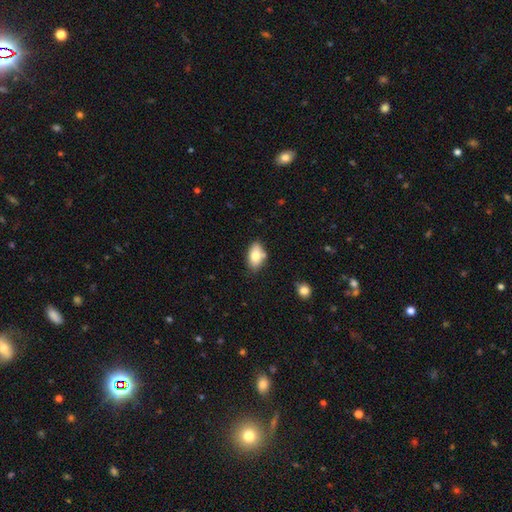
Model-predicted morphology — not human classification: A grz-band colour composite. It shows a smooth galaxy with no disk features (79%) that is in between round and cigar-shaped (91%). Merging: none (71%).